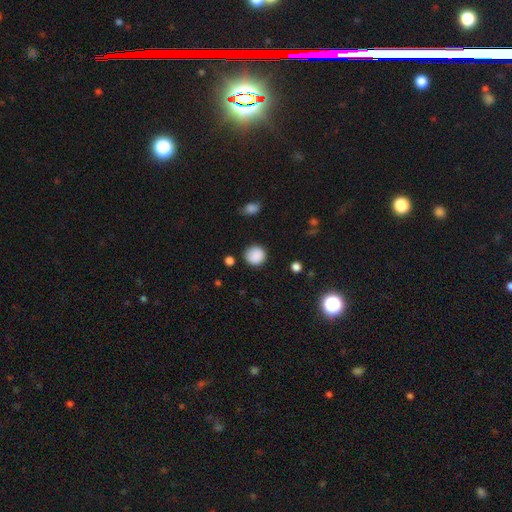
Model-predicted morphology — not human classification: This appears to be a smooth galaxy with no disk features (87%) that is round (90%). Merging: none (84%).